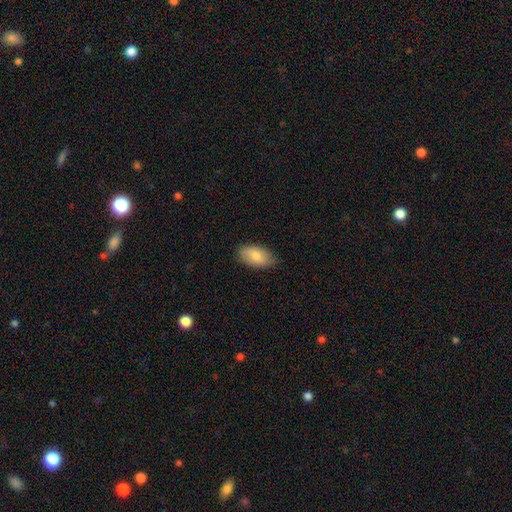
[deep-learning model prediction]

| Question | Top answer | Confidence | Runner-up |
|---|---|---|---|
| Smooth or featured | smooth | 81% | featured or disk (13%) |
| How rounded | in between | 94% | round (4%) |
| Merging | none | 83% | minor disturbance (14%) |